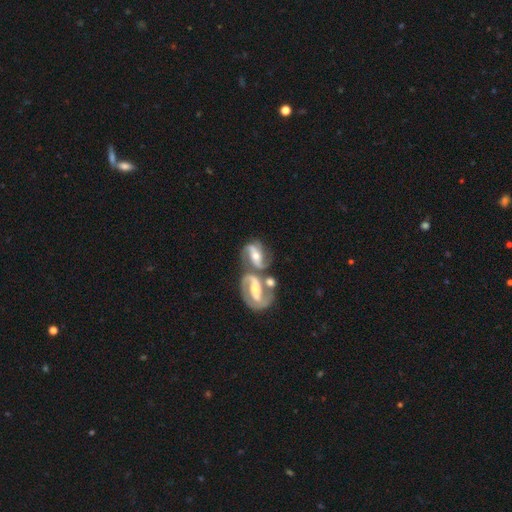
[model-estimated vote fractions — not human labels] Overall: featured or disk (84%). Edge-on disk: no (95%). Bar: strong (53%; weak 30%). Spiral arms: yes (95%). Spiral arm count: 2 (85%). Spiral winding: medium (52%; loose 28%). Bulge size: moderate (58%; small 35%). Merging: merger (52%; none 30%).